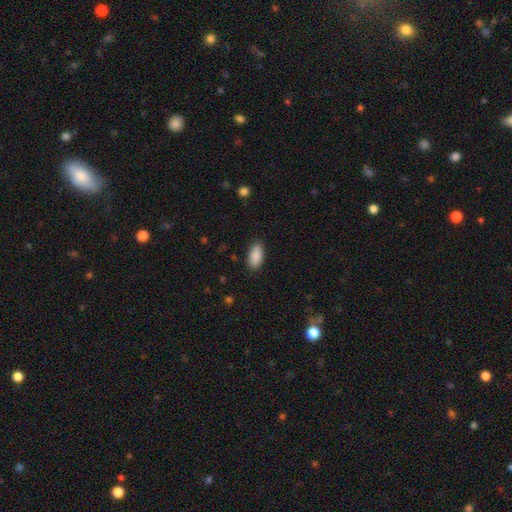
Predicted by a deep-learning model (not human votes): smooth-or-featured: smooth: 89% | star or artifact: 7% | featured or disk: 4%
  how-rounded: in between: 92% | cigar-shaped: 6% | round: 2%
  merging: none: 88% | minor disturbance: 9% | major disturbance: 2% | merger: 1%